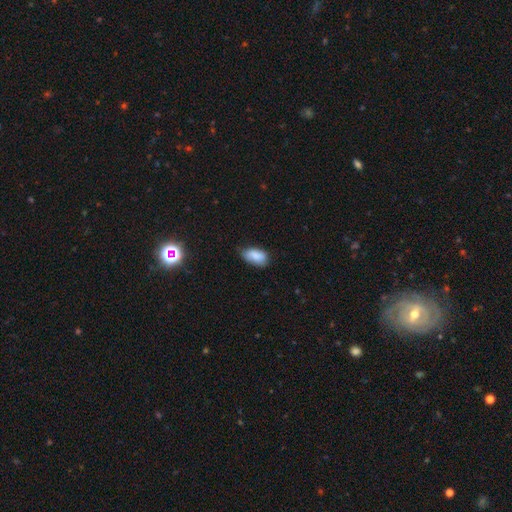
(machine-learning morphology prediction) Smooth or featured?
  - smooth: 84% *
  - featured or disk: 8%
  - star or artifact: 8%
How rounded?
  - in between: 92% *
  - round: 4%
  - cigar-shaped: 3%
Merging?
  - none: 60% *
  - minor disturbance: 33%
  - major disturbance: 5%
  - merger: 2%